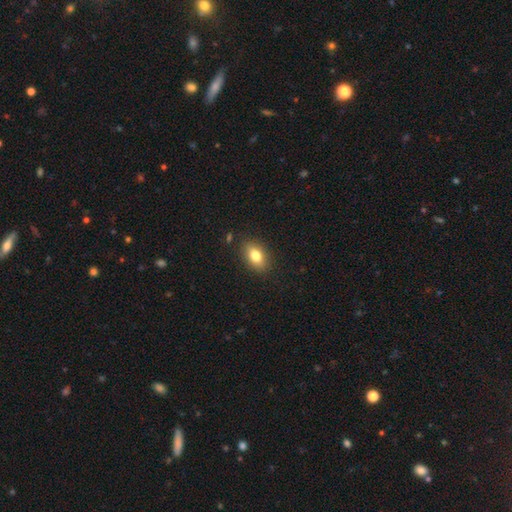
smooth-or-featured: smooth: 78% | featured or disk: 11% | star or artifact: 11%
  how-rounded: in between: 76% | round: 24% | cigar-shaped: 0%
  merging: none: 88% | minor disturbance: 12% | major disturbance: 0% | merger: 0%